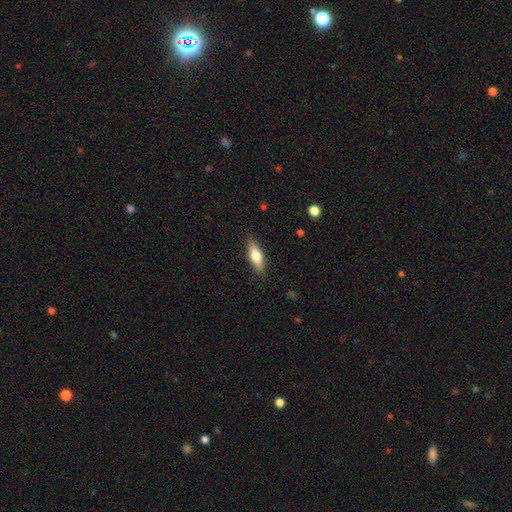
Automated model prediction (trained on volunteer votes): This is likely a smooth galaxy (68%). How rounded: possibly in between (52%). Merging: clearly none (87%).